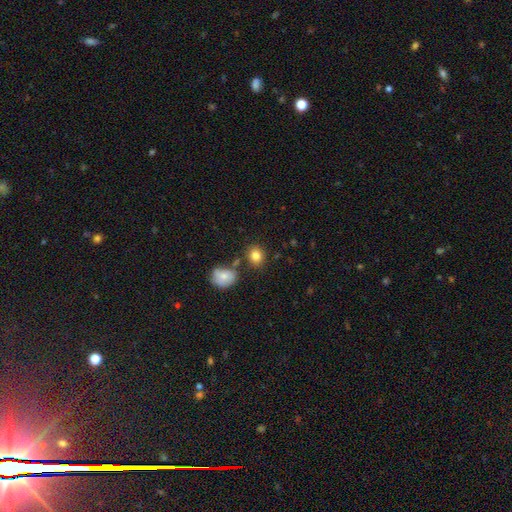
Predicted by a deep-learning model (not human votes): Q: Smooth or featured?
A: smooth (83%); runner-up: star or artifact (10%)
Q: How rounded?
A: round (72%); runner-up: in between (27%)
Q: Merging?
A: none (76%); runner-up: minor disturbance (11%)